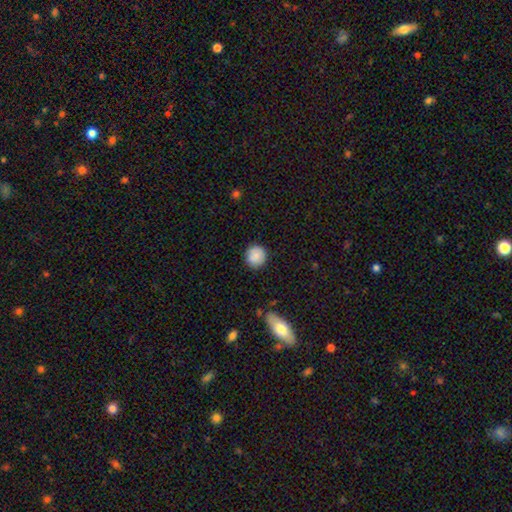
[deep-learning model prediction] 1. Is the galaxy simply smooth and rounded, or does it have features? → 88% smooth, 8% star or artifact, 5% featured or disk.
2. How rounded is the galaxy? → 91% round, 8% in between, 1% cigar-shaped.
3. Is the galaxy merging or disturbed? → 87% none, 10% minor disturbance, 2% major disturbance, 1% merger.